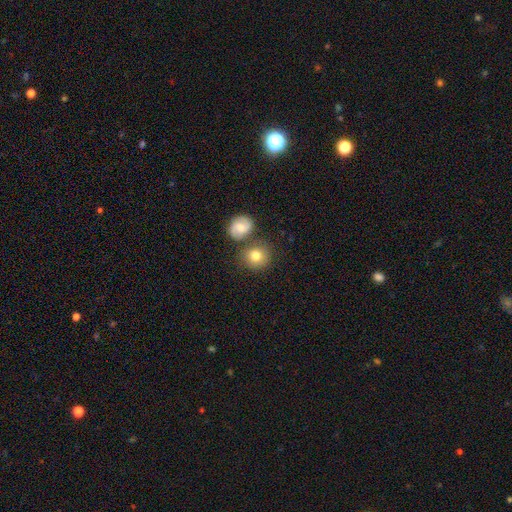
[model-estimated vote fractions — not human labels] Smooth or featured? smooth (77%)
How rounded? round (83%)
Merging? none (68%)